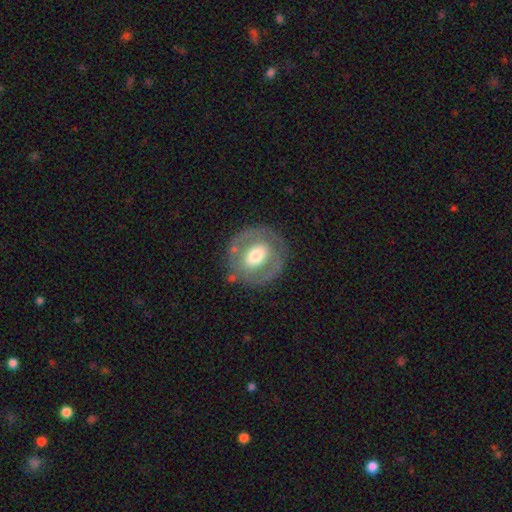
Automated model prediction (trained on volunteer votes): Smooth or featured?
  - featured or disk: 53% *
  - smooth: 40%
  - star or artifact: 6%
Edge-on disk?
  - no: 95% *
  - yes: 5%
Bar?
  - no: 49% *
  - weak: 31%
  - strong: 20%
Spiral arms?
  - no: 77% *
  - yes: 23%
Bulge size?
  - moderate: 60% *
  - large: 24%
  - small: 12%
  - dominant: 2%
  - none: 1%
Merging?
  - none: 78% *
  - minor disturbance: 13%
  - major disturbance: 7%
  - merger: 2%